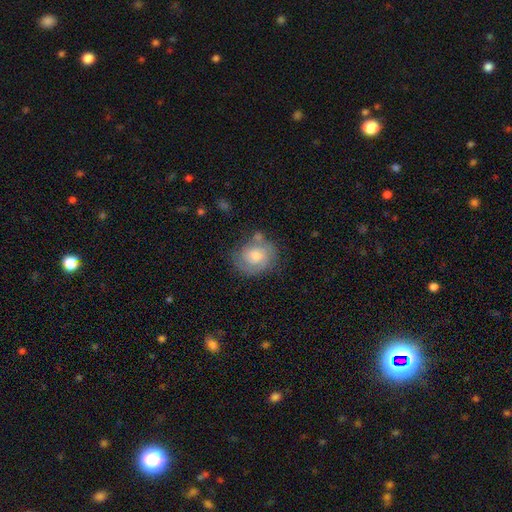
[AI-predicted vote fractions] Overall: featured or disk (54%; smooth 37%). Edge-on disk: no (97%). Bar: no (74%). Spiral arms: yes (81%). Bulge size: moderate (58%; small 35%). Merging: none (66%).